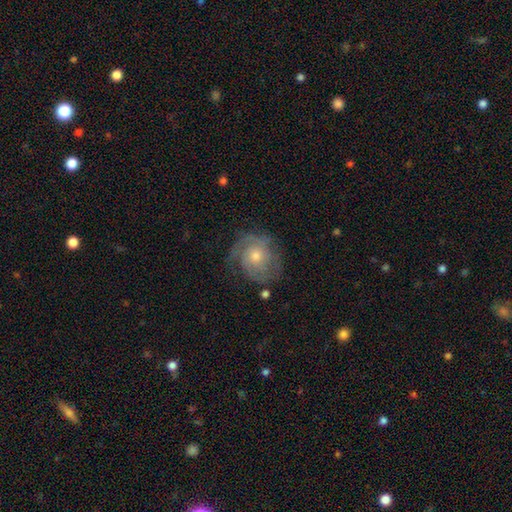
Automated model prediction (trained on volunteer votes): featured or disk 68%, smooth 24%, star or artifact 8%. Down the decision tree: edge-on disk — no (97%); bar — no (80%); spiral arms — yes (86%); spiral arm count — can't tell (37%); spiral winding — tight (55%); bulge size — moderate (58%); merging — none (65%).